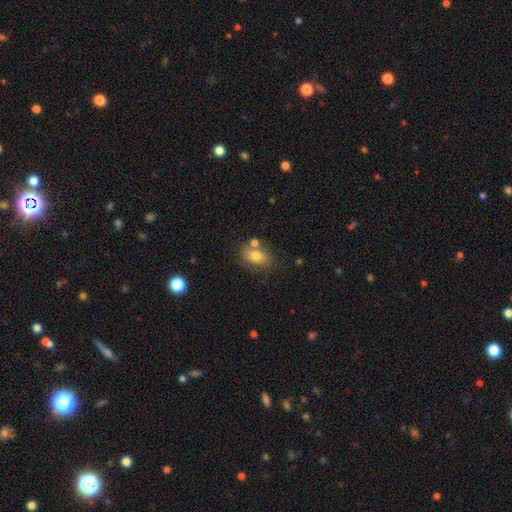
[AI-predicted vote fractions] smooth_or_featured: smooth (p=0.76) [alt: featured or disk p=0.15]
how_rounded: in between (p=0.78) [alt: round p=0.20]
merging: none (p=0.61) [alt: merger p=0.17]